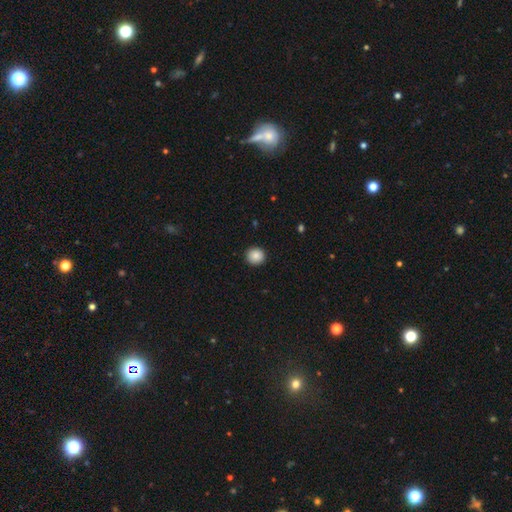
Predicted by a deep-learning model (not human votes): Smooth or featured? Predicted: smooth (p=0.87). How rounded? Predicted: round (p=0.91). Merging? Predicted: none (p=0.92).